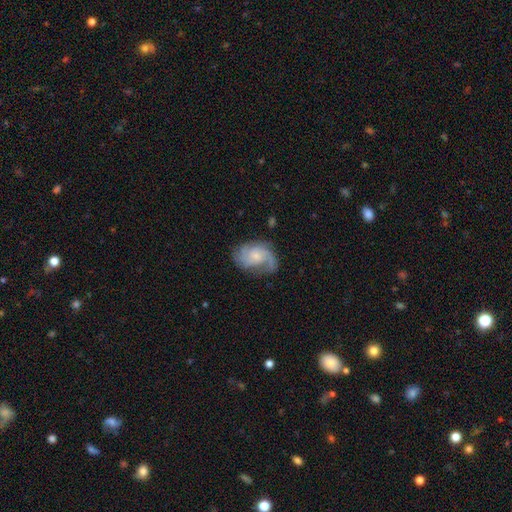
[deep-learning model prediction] A featured or disk galaxy (76%) with no bar (66%), 2 (47%) medium (46%) spiral arms (94%) and a small central bulge (52%). Merging: none (61%).